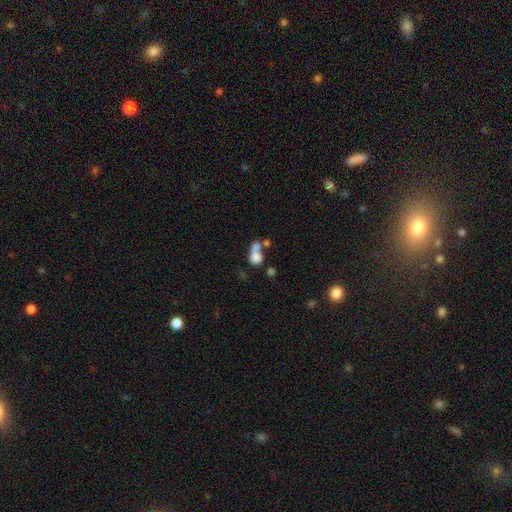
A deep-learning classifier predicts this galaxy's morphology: type=smooth (67%); roundness=in between (58%); merging=merger (53%).